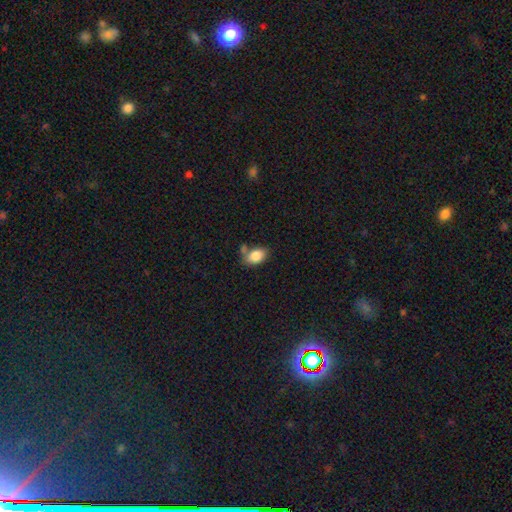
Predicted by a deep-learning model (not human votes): smooth-or-featured: smooth: 84% | featured or disk: 8% | star or artifact: 8%
  how-rounded: in between: 85% | round: 13% | cigar-shaped: 1%
  merging: none: 54% | merger: 21% | minor disturbance: 19% | major disturbance: 6%